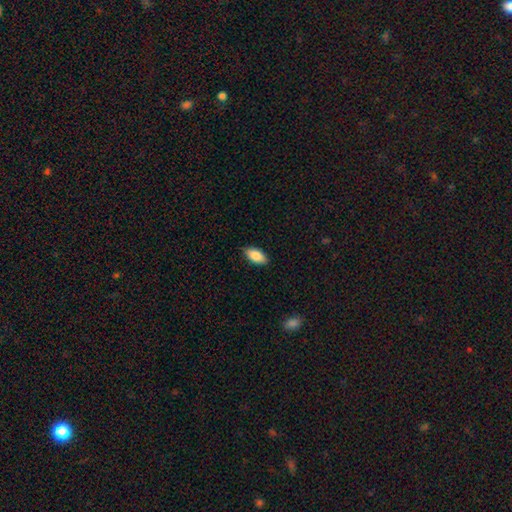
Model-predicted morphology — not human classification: type=smooth (85%); roundness=in between (91%); merging=none (86%).